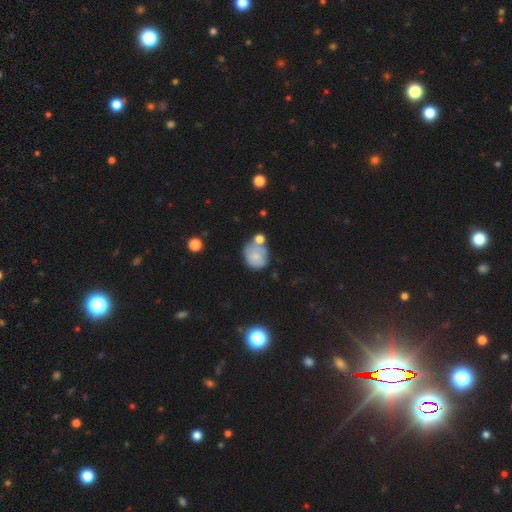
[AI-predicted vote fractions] smooth-or-featured: smooth: 64% | featured or disk: 27% | star or artifact: 10%
  how-rounded: round: 57% | in between: 41% | cigar-shaped: 1%
  merging: none: 41% | merger: 26% | minor disturbance: 24% | major disturbance: 10%